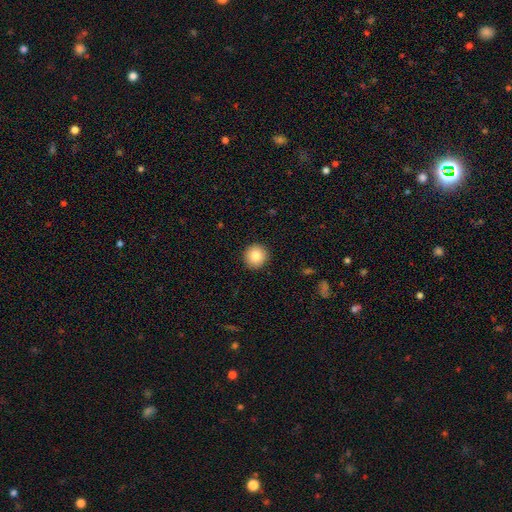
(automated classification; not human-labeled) Smooth or featured?
  - smooth: 84% *
  - star or artifact: 9%
  - featured or disk: 7%
How rounded?
  - round: 95% *
  - in between: 4%
  - cigar-shaped: 1%
Merging?
  - none: 92% *
  - minor disturbance: 5%
  - major disturbance: 2%
  - merger: 1%